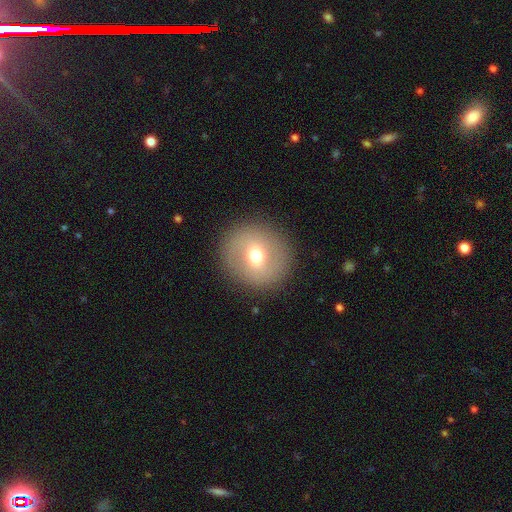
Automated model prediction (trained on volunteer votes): Q: Smooth or featured?
A: smooth (62%); runner-up: featured or disk (28%)
Q: How rounded?
A: round (91%); runner-up: in between (8%)
Q: Merging?
A: none (90%); runner-up: minor disturbance (6%)